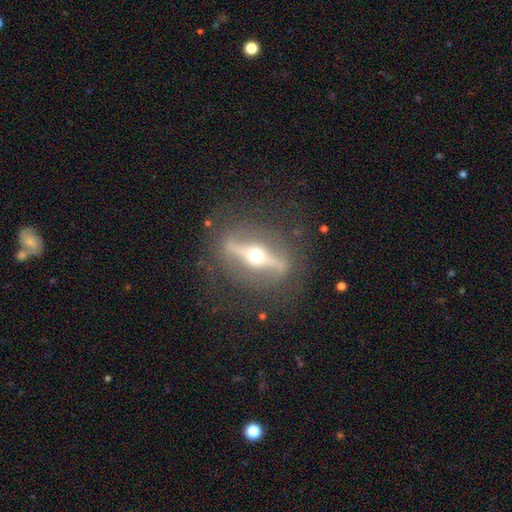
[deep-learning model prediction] A featured or disk galaxy (83%) viewed edge-on (68%) with a rounded central bulge (95%). Merging: none (81%).